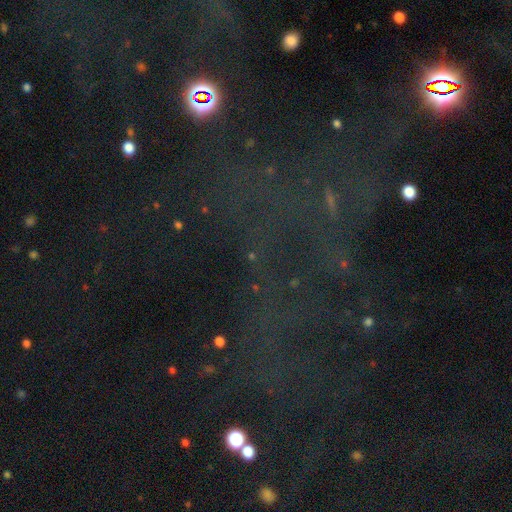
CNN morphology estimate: A star or artifact, not a galaxy (65%).

Vote fractions:
- Smooth or featured? star or artifact: 65% / smooth: 19% / featured or disk: 16%